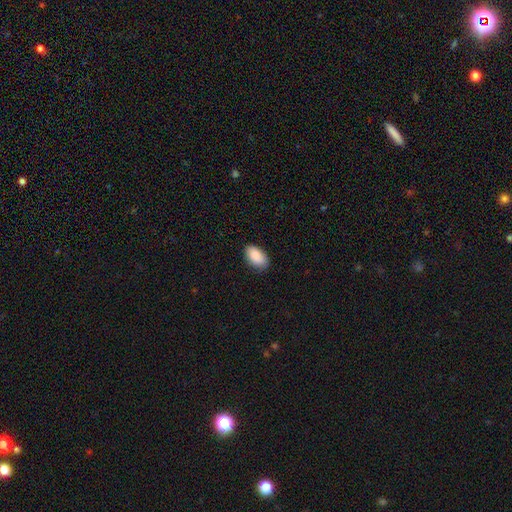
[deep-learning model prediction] Overall: smooth (89%). How rounded: in between (95%). Merging: none (84%).